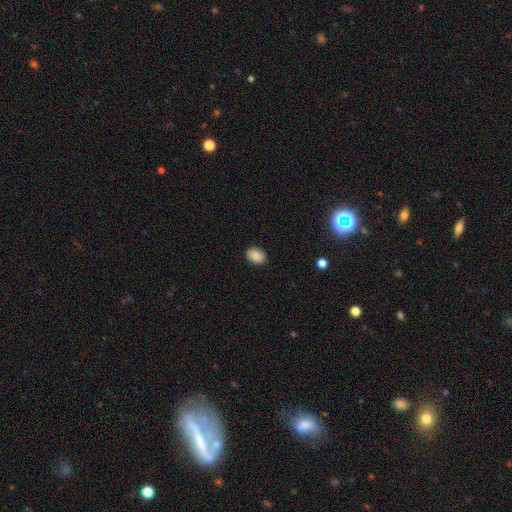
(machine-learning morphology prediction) type=smooth (87%); roundness=in between (67%); merging=none (88%).